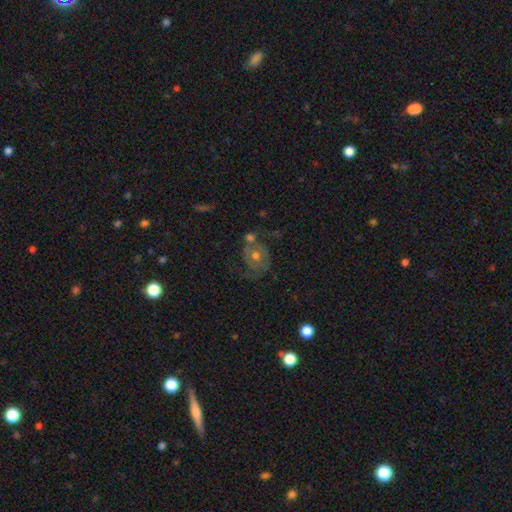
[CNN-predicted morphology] The model was most divided on "spiral winding": medium: 43%, tight: 40%, loose: 16%. More confident: edge-on disk — no (97%); spiral arms — yes (88%); bar — no (77%); spiral arm count — 2 (73%); smooth or featured — featured or disk (73%); bulge size — moderate (69%); merging — none (56%).